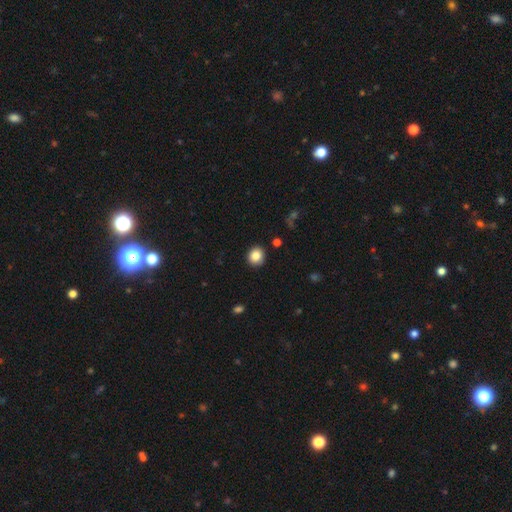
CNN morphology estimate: smooth-or-featured: smooth: 85% | star or artifact: 10% | featured or disk: 6%
  how-rounded: round: 79% | in between: 20% | cigar-shaped: 1%
  merging: none: 90% | minor disturbance: 7% | major disturbance: 2% | merger: 1%